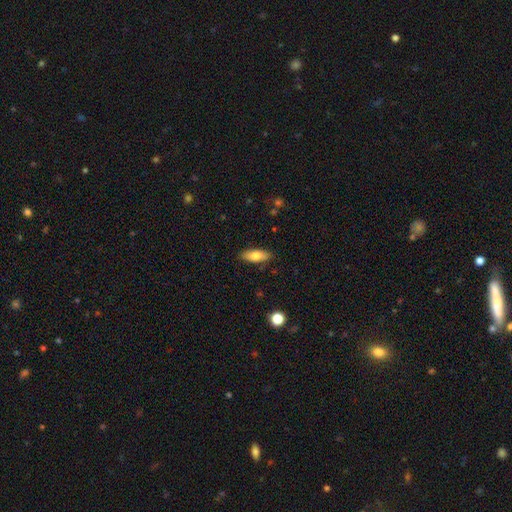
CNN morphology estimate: The model was most divided on "how rounded": in between: 75%, cigar-shaped: 23%, round: 3%. More confident: merging — none (87%); smooth or featured — smooth (76%).